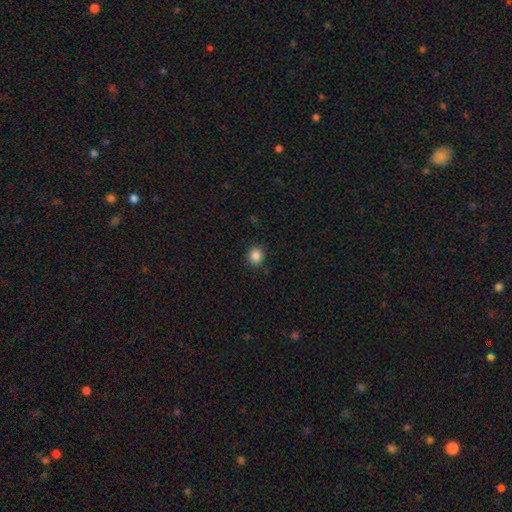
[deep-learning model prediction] smooth 86%, star or artifact 11%, featured or disk 3%. Down the decision tree: how rounded — round (88%); merging — none (90%).